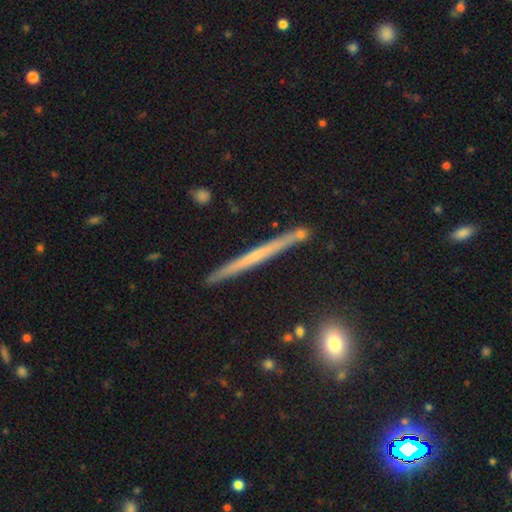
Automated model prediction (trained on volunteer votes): Smooth or featured: featured or disk — 56% (smooth — 37%)
Edge-on disk: yes — 97% (no — 3%)
Edge-on bulge: none — 84% (rounded — 12%)
Merging: none — 87% (minor disturbance — 8%)